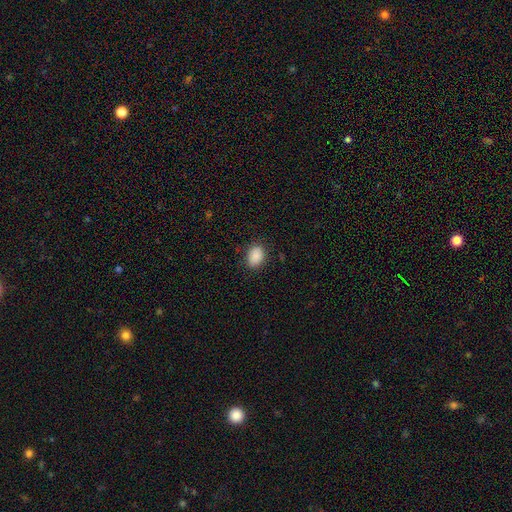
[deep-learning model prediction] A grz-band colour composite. It shows a smooth galaxy with no disk features (89%) that is in between round and cigar-shaped (79%). Merging: none (85%).